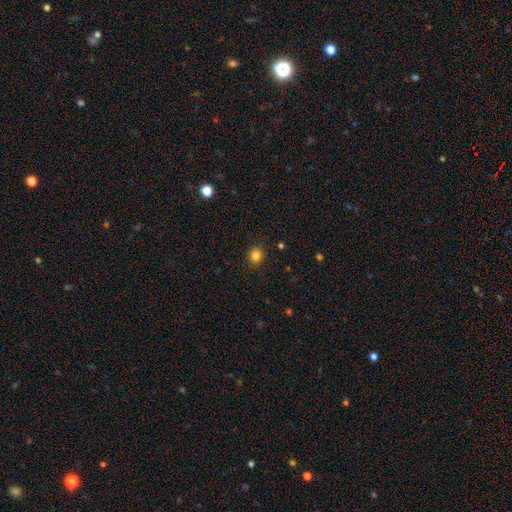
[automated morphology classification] smooth-or-featured: smooth: 83% | star or artifact: 12% | featured or disk: 5%
  how-rounded: round: 81% | in between: 18% | cigar-shaped: 1%
  merging: none: 90% | minor disturbance: 7% | major disturbance: 2% | merger: 1%